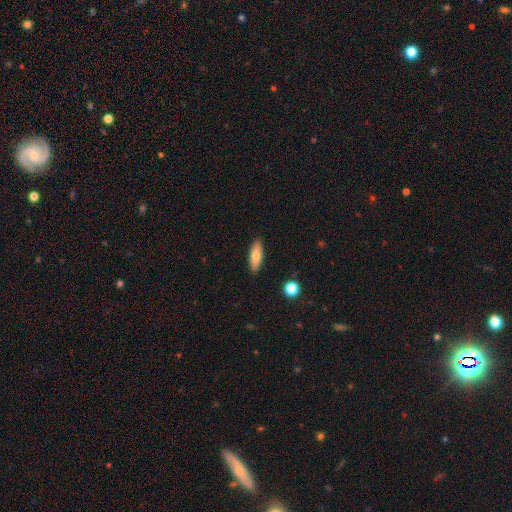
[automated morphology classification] smooth 71%, featured or disk 22%, star or artifact 7%. Down the decision tree: how rounded — in between (64%); merging — none (89%).